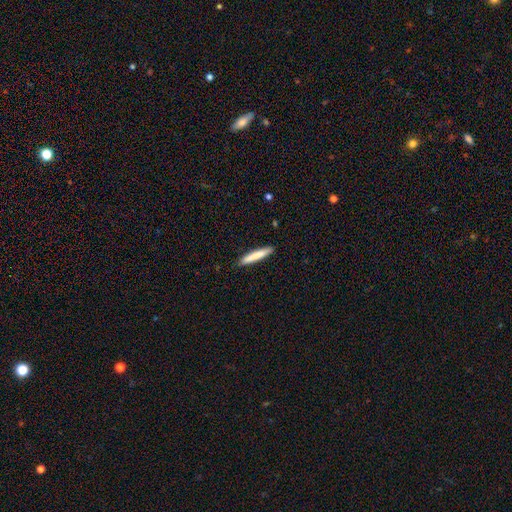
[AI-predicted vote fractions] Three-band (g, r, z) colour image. It shows a smooth galaxy with no disk features (78%) that is cigar-shaped (94%). Merging: none (90%).